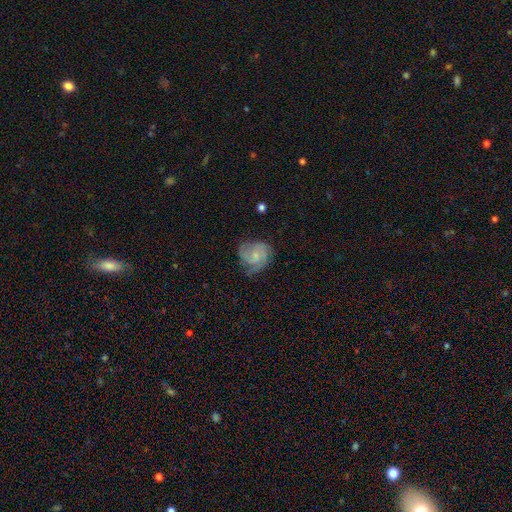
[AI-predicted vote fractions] Q: Smooth or featured?
A: featured or disk (67%); runner-up: smooth (26%)
Q: Edge-on disk?
A: no (98%); runner-up: yes (2%)
Q: Bar?
A: no (70%); runner-up: weak (27%)
Q: Spiral arms?
A: yes (90%); runner-up: no (10%)
Q: Spiral winding?
A: tight (49%); runner-up: medium (39%)
Q: Spiral arm count?
A: can't tell (28%); tied with: 3 (28%)
Q: Bulge size?
A: small (60%); runner-up: moderate (27%)
Q: Merging?
A: none (55%); runner-up: minor disturbance (29%)